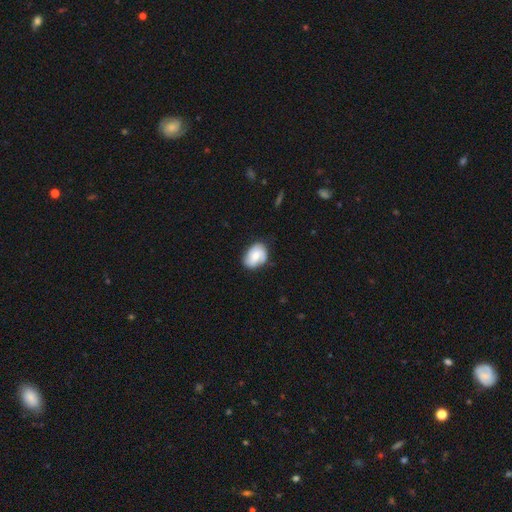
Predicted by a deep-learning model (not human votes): Smooth or featured: smooth — 53% (featured or disk — 39%)
How rounded: in between — 71% (round — 28%)
Merging: none — 66% (minor disturbance — 26%)